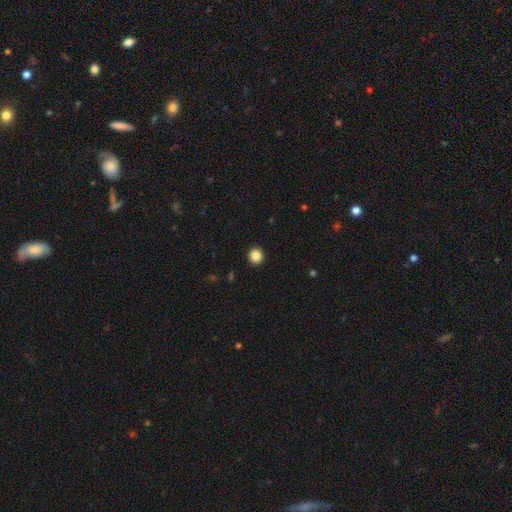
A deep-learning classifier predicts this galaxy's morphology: type=smooth (87%); roundness=round (87%); merging=none (93%).